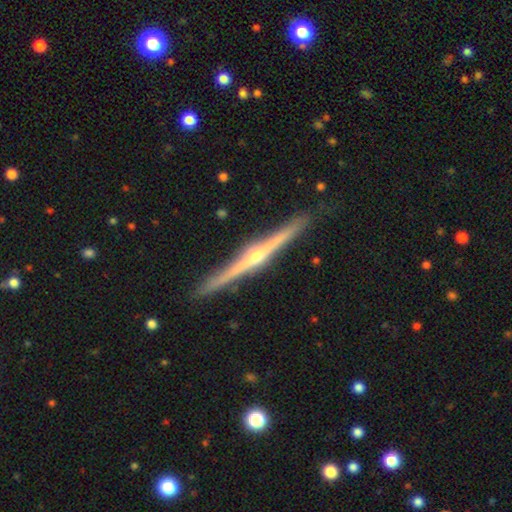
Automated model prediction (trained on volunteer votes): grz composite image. It shows a featured or disk galaxy (86%) viewed edge-on (99%) with a rounded central bulge (88%). Merging: none (91%).